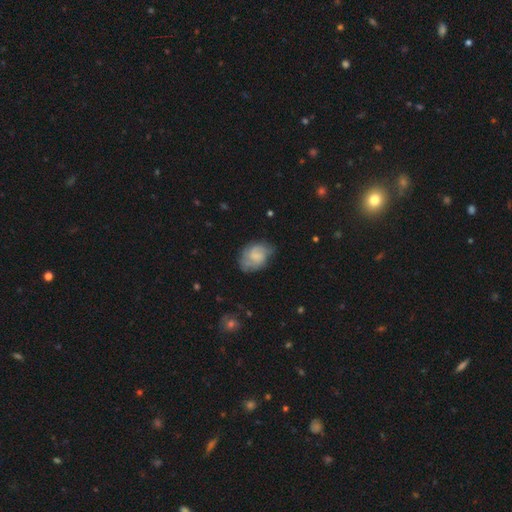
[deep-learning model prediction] Morphology: type=featured or disk (56%); edge-on=no (97%); bar=no (51%); spiral arms=yes (85%); bulge=none (41%); merging=none (62%).